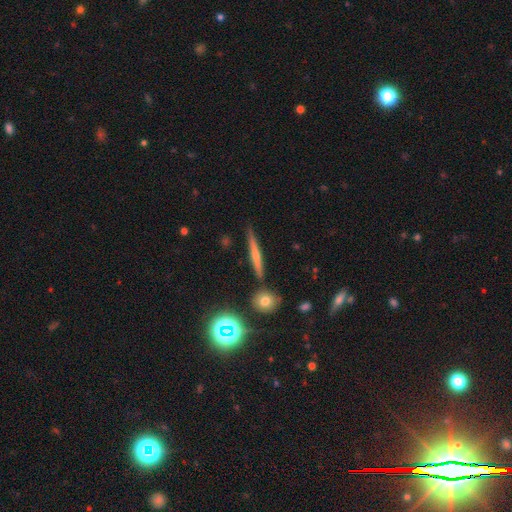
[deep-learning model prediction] Smooth or featured? Predicted: smooth (p=0.45). Merging? Predicted: none (p=0.82).